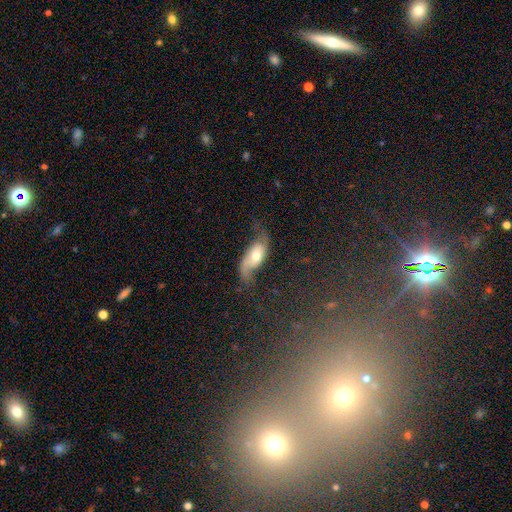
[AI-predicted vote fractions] featured or disk 62%, smooth 31%, star or artifact 7%. Down the decision tree: edge-on disk — no (88%); bar — no (62%); spiral arms — yes (86%); bulge size — moderate (61%); merging — none (47%).